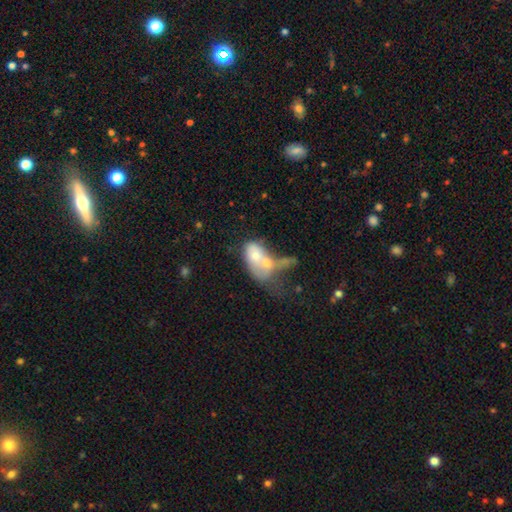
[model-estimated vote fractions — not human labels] A smooth galaxy with no disk features (52%) that is in between round and cigar-shaped (83%).

Vote fractions:
- Smooth or featured? smooth: 52% / featured or disk: 39% / star or artifact: 9%
- How rounded? in between: 83% / round: 14% / cigar-shaped: 4%
- Merging? merger: 67% / major disturbance: 17% / none: 9% / minor disturbance: 7%